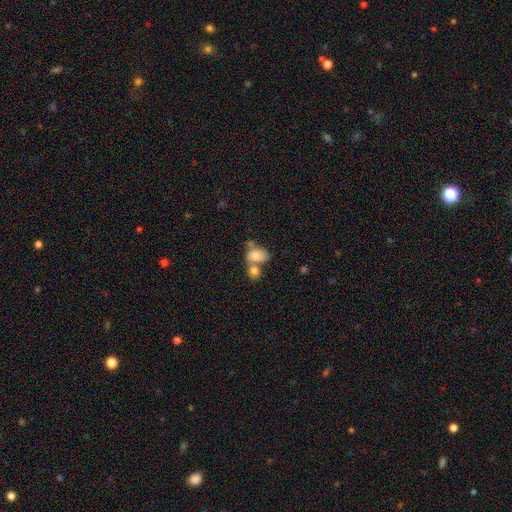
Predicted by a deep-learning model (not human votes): Smooth or featured? smooth (78%)
How rounded? in between (78%)
Merging? merger (61%)